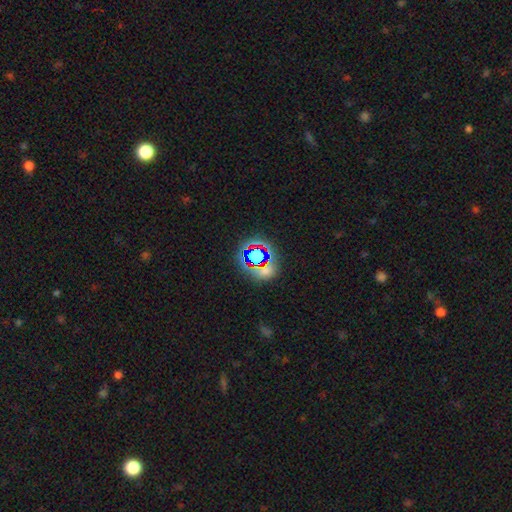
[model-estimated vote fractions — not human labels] Q: Smooth or featured?
A: star or artifact (66%); runner-up: smooth (22%)